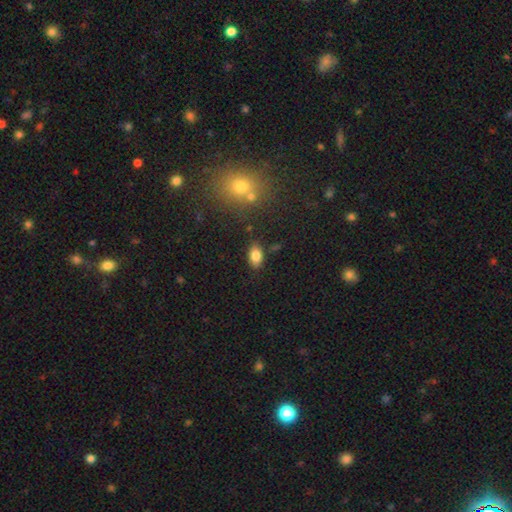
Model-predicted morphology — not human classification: The model was most divided on "merging": none: 82%, minor disturbance: 12%, merger: 3%, major disturbance: 3%. More confident: how rounded — in between (90%); smooth or featured — smooth (83%).